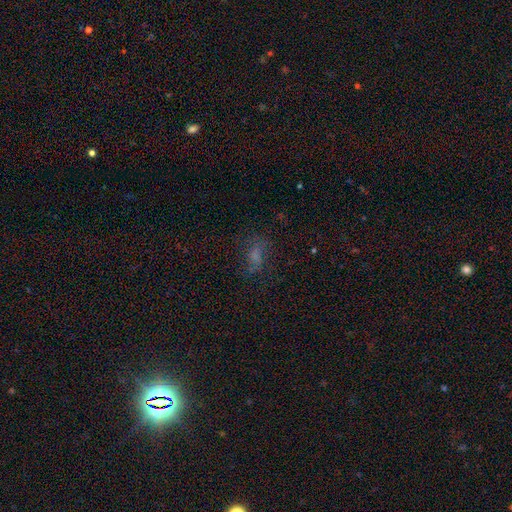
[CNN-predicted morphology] smooth_or_featured: smooth (p=0.48) [alt: star or artifact p=0.26]
merging: none (p=0.57) [alt: major disturbance p=0.21]